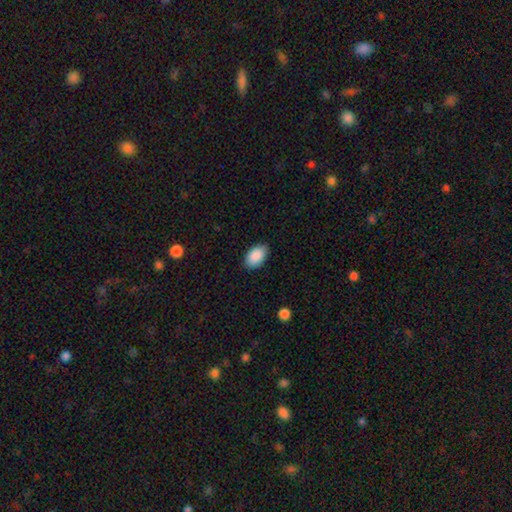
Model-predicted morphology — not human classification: Smooth or featured? smooth (90%)
How rounded? in between (92%)
Merging? none (85%)